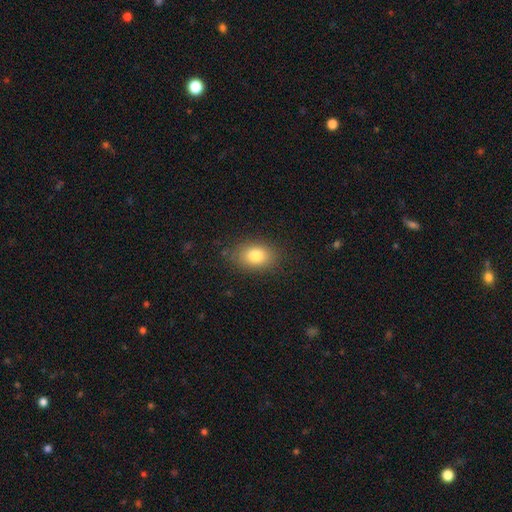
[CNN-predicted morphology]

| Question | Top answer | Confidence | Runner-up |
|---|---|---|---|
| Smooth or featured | smooth | 80% | featured or disk (10%) |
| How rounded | in between | 81% | round (18%) |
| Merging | none | 83% | minor disturbance (12%) |